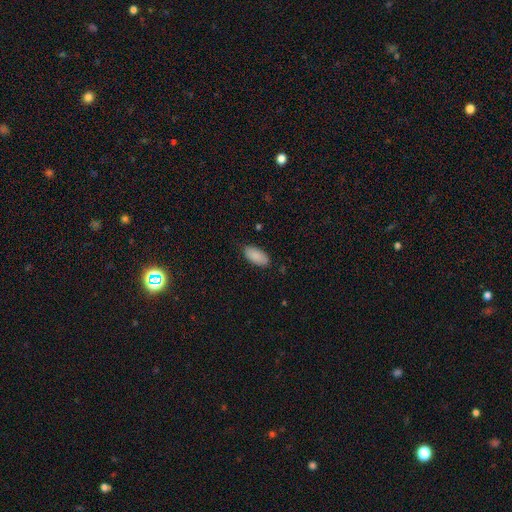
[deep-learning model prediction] The model was most divided on "merging": none: 82%, minor disturbance: 14%, major disturbance: 3%, merger: 1%. More confident: how rounded — in between (91%); smooth or featured — smooth (89%).